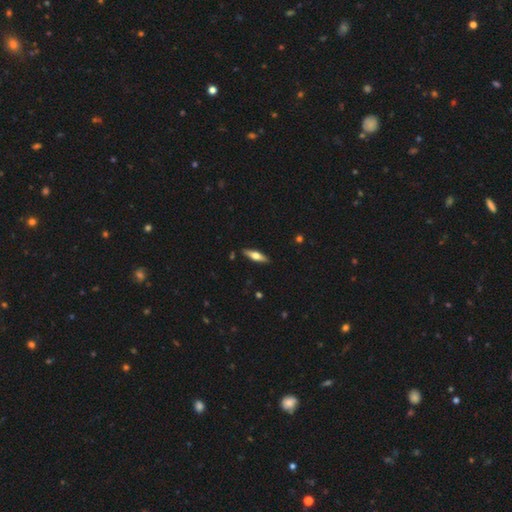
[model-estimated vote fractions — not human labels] This is possibly a featured or disk galaxy (49%). Merging: clearly none (89%).